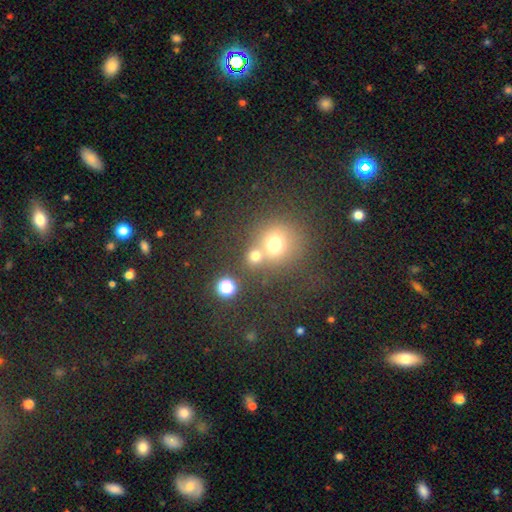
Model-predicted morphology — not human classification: Overall: smooth (69%). How rounded: round (85%). Merging: none (49%; merger 40%).